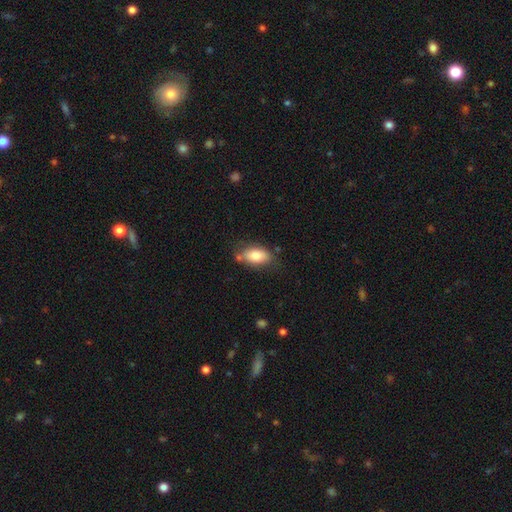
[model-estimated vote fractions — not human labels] A smooth galaxy with no disk features (80%) that is in between round and cigar-shaped (91%).

Vote fractions:
- Smooth or featured? smooth: 80% / featured or disk: 13% / star or artifact: 7%
- How rounded? in between: 91% / round: 5% / cigar-shaped: 4%
- Merging? none: 69% / minor disturbance: 19% / merger: 7% / major disturbance: 5%